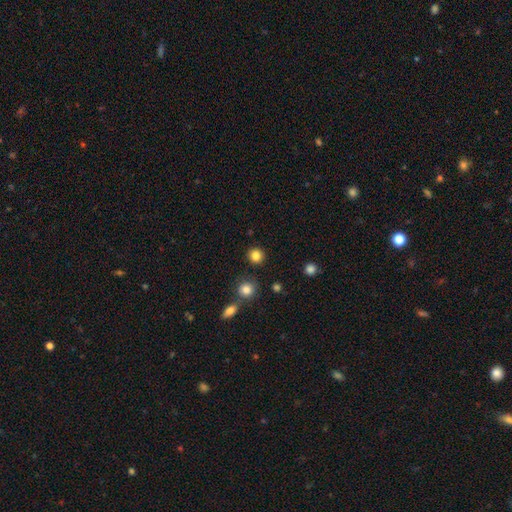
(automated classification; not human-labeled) A smooth galaxy with no disk features (85%) that is round (90%). Merging: none (88%).